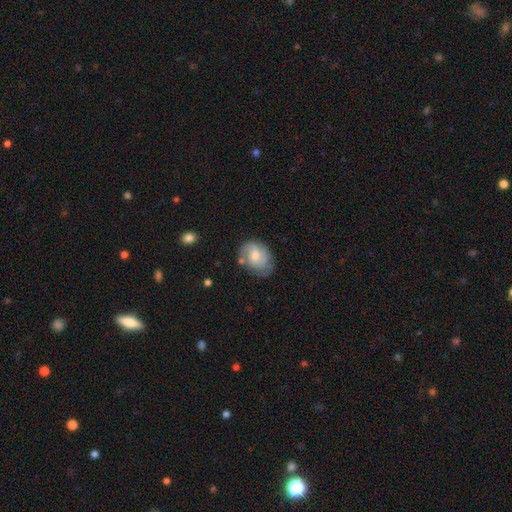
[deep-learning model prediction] A featured or disk galaxy (56%) with no bar (64%), spiral arms (83%) and a moderate central bulge (49%). Merging: none (59%).